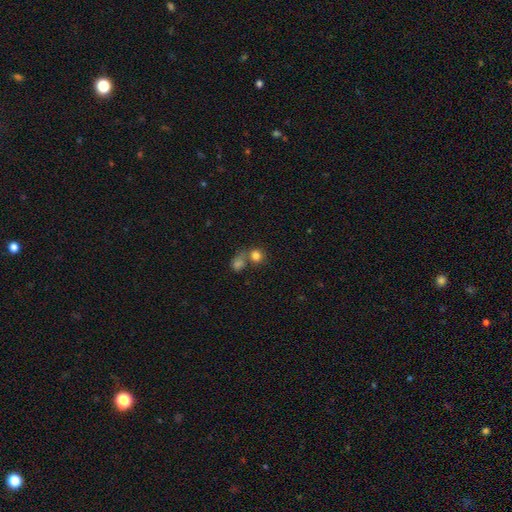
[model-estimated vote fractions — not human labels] Smooth or featured? smooth (81%)
How rounded? round (77%)
Merging? none (46%)